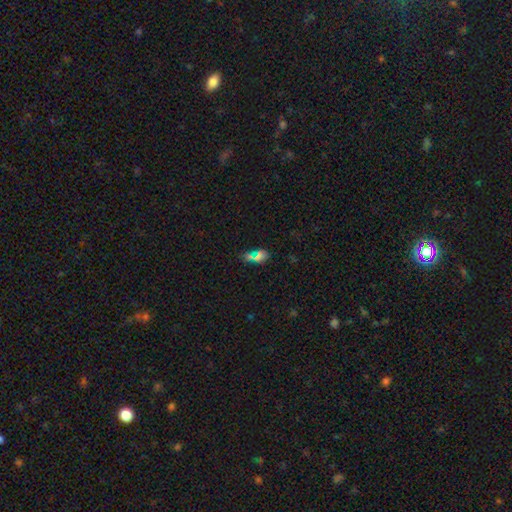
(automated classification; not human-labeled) Overall: smooth (57%; star or artifact 34%). How rounded: in between (74%). Merging: none (70%).